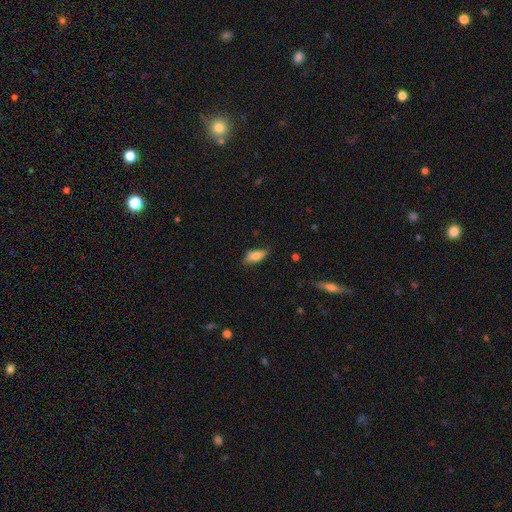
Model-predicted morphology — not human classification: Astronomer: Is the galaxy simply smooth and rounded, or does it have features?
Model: smooth — 77%.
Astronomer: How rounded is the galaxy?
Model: in between — 81%.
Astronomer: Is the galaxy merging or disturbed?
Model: none — 69%.